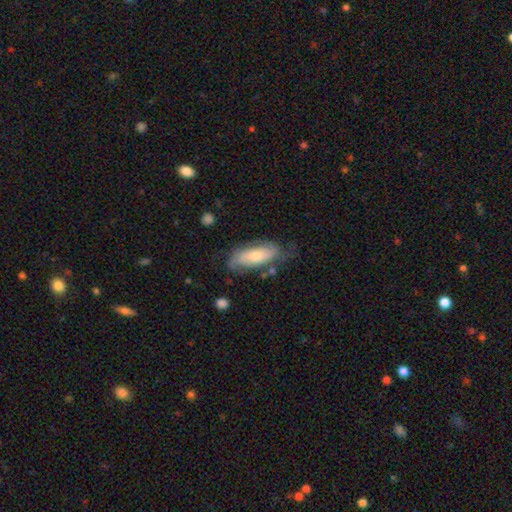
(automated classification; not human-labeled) Smooth or featured? featured or disk (47%)
Merging? none (62%)